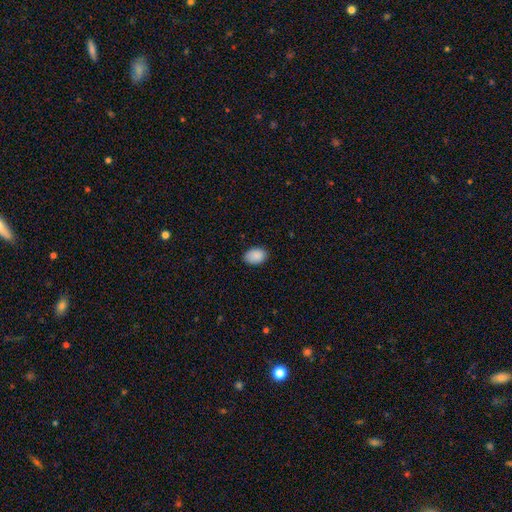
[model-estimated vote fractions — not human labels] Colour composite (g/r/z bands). It shows a smooth galaxy with no disk features (90%) that is in between round and cigar-shaped (84%). Merging: none (84%).